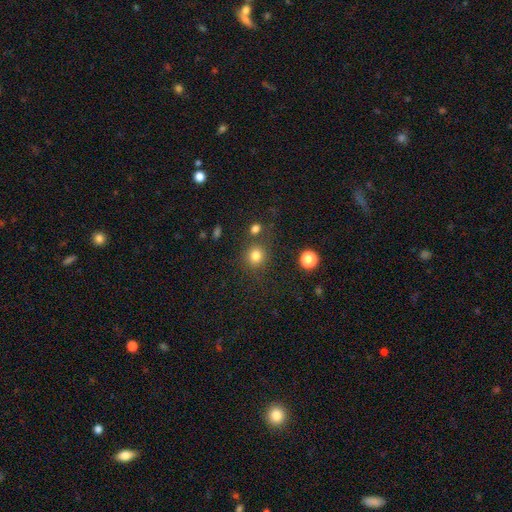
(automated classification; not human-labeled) Morphology: type=smooth (81%); roundness=round (86%); merging=none (77%).